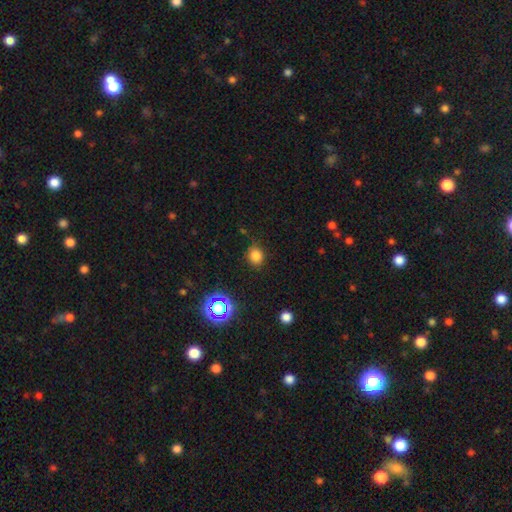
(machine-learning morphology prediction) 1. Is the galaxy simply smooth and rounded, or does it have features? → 78% smooth, 17% star or artifact, 5% featured or disk.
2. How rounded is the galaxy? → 71% round, 28% in between, 1% cigar-shaped.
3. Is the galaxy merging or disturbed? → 82% none, 13% minor disturbance, 3% major disturbance, 2% merger.